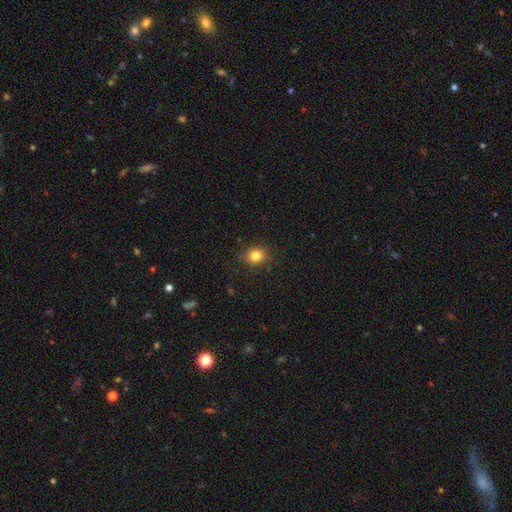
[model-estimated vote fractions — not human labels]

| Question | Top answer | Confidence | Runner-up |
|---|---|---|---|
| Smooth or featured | smooth | 82% | star or artifact (11%) |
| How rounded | round | 68% | in between (31%) |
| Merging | none | 86% | minor disturbance (10%) |